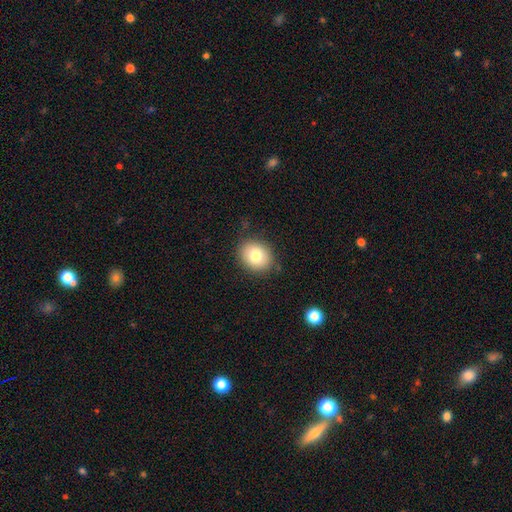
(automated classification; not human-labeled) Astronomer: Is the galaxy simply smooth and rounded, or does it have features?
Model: smooth — 78%.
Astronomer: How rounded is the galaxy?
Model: round — 63%.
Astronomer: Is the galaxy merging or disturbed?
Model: none — 84%.